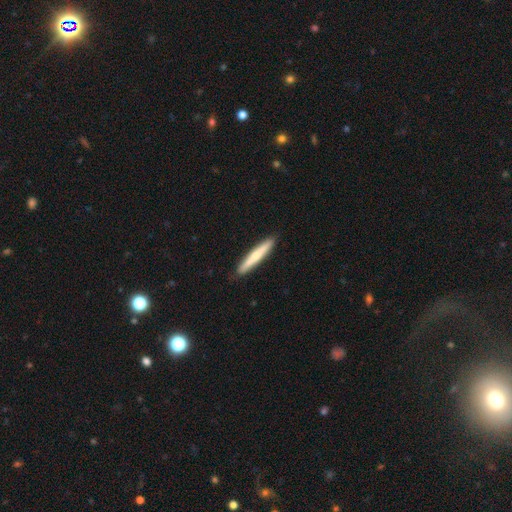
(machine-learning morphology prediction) The model was most divided on "smooth or featured": smooth: 64%, featured or disk: 31%, star or artifact: 5%. More confident: how rounded — cigar-shaped (94%); merging — none (91%).